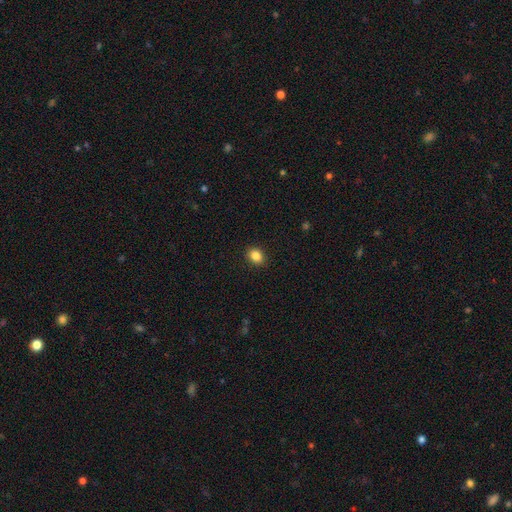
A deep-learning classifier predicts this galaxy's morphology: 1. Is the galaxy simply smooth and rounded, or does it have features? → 86% smooth, 10% star or artifact, 4% featured or disk.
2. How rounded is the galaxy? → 55% in between, 44% round, 1% cigar-shaped.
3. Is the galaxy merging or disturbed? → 90% none, 7% minor disturbance, 2% major disturbance, 1% merger.